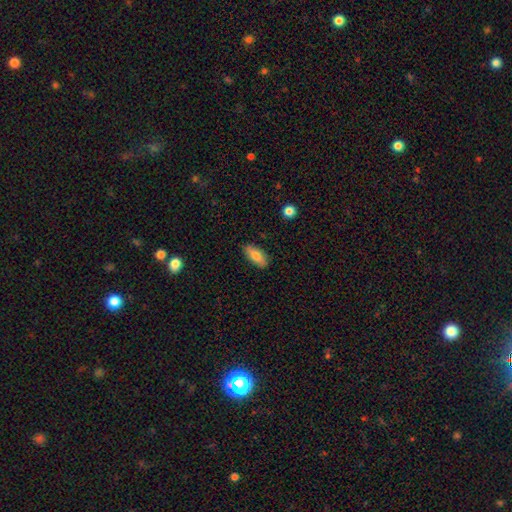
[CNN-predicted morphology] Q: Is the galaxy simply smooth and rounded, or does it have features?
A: smooth — 78%.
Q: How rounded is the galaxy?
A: in between — 83%.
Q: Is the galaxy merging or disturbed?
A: none — 86%.